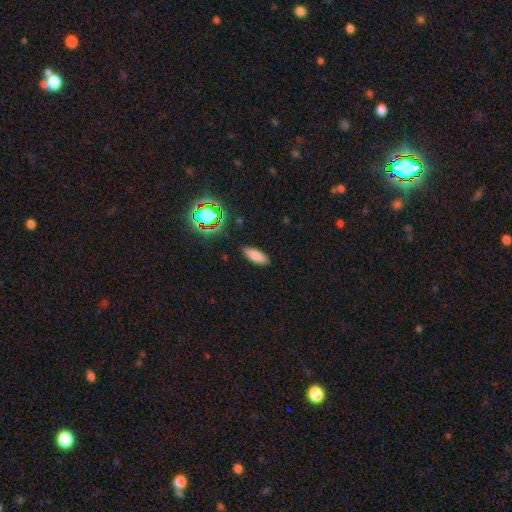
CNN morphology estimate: type=smooth (79%); roundness=in between (74%); merging=none (87%).